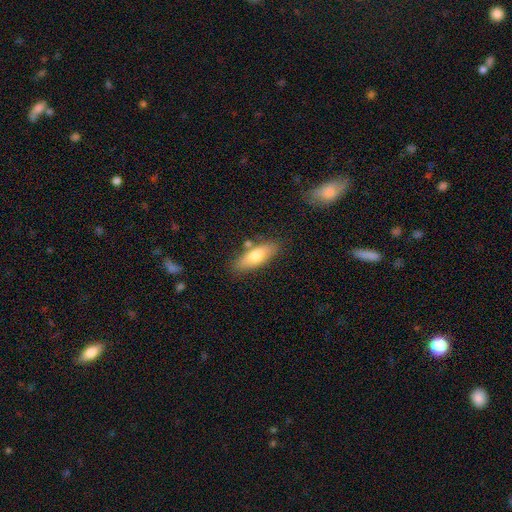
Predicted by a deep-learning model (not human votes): Q: Smooth or featured?
A: smooth (72%); runner-up: featured or disk (22%)
Q: How rounded?
A: in between (63%); runner-up: cigar-shaped (34%)
Q: Merging?
A: none (78%); runner-up: minor disturbance (13%)